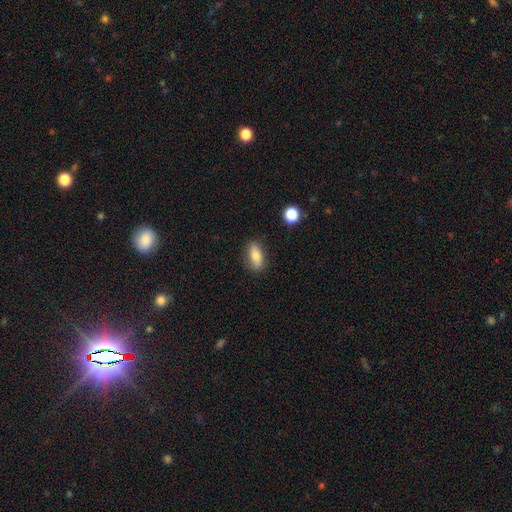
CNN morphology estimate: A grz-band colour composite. It shows a smooth galaxy with no disk features (78%) that is in between round and cigar-shaped (76%). Merging: none (84%).